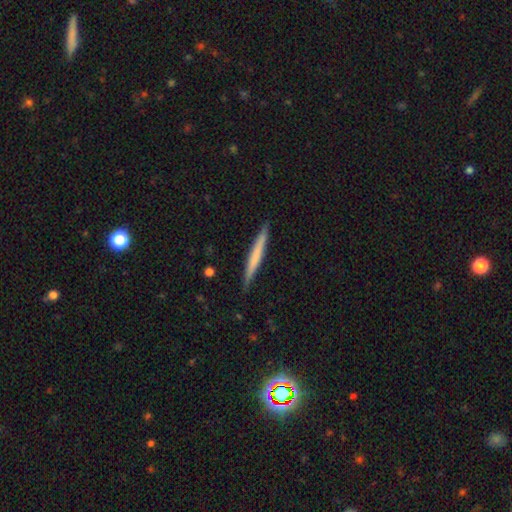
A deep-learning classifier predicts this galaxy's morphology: Smooth or featured? smooth (58%)
How rounded? cigar-shaped (97%)
Merging? none (90%)